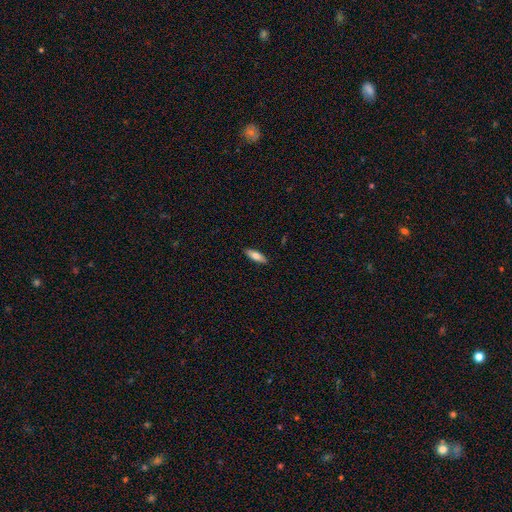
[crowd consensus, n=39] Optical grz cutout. It shows a smooth galaxy with no disk features (77%) that is in between round and cigar-shaped (53%). Merging: none (82%).